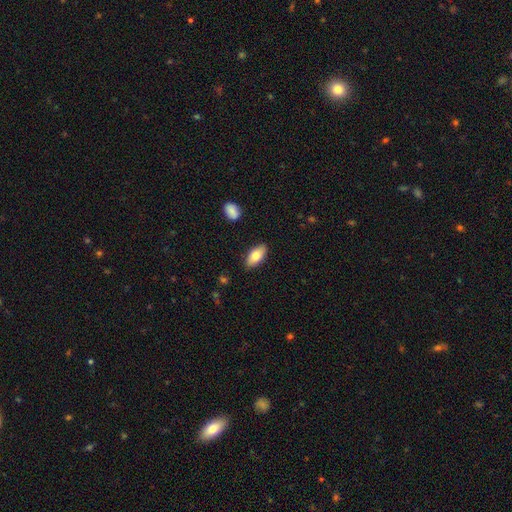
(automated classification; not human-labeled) smooth-or-featured: smooth: 78% | featured or disk: 16% | star or artifact: 6%
  how-rounded: in between: 90% | cigar-shaped: 8% | round: 3%
  merging: none: 86% | minor disturbance: 10% | major disturbance: 2% | merger: 1%